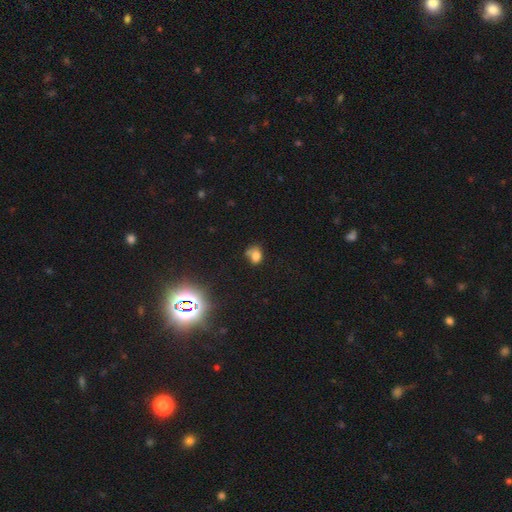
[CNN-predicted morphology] smooth-or-featured: smooth: 70% | star or artifact: 19% | featured or disk: 12%
  how-rounded: in between: 56% | round: 43% | cigar-shaped: 1%
  merging: none: 44% | minor disturbance: 26% | merger: 18% | major disturbance: 12%